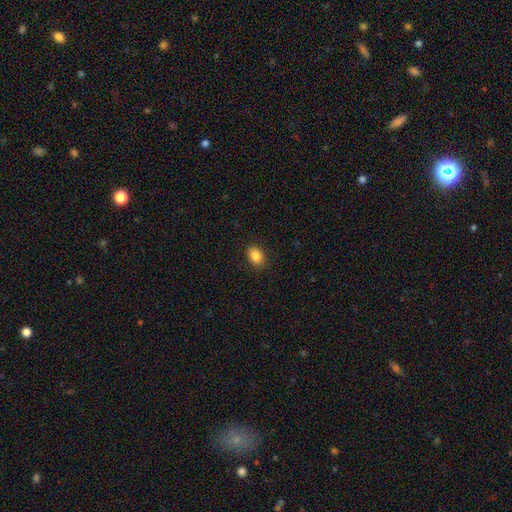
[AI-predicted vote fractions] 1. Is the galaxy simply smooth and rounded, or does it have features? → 86% smooth, 9% star or artifact, 5% featured or disk.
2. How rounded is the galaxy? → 77% in between, 22% round, 1% cigar-shaped.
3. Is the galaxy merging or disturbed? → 88% none, 9% minor disturbance, 2% major disturbance, 1% merger.